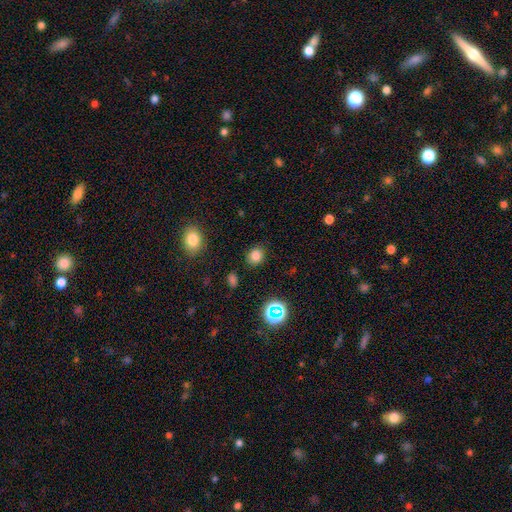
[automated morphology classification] smooth-or-featured: smooth: 79% | star or artifact: 16% | featured or disk: 6%
  how-rounded: round: 65% | in between: 34% | cigar-shaped: 1%
  merging: none: 87% | minor disturbance: 9% | major disturbance: 3% | merger: 2%